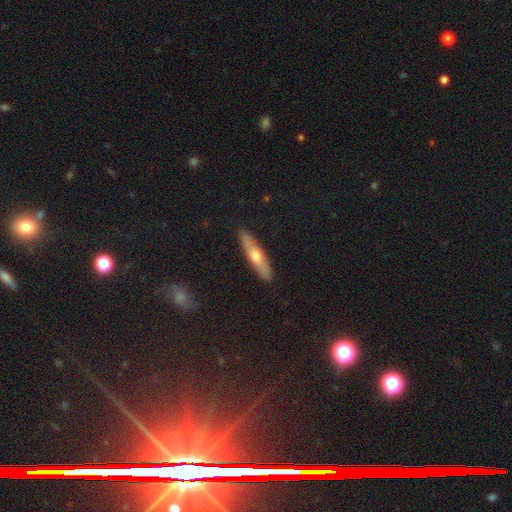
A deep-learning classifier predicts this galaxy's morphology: smooth-or-featured: featured or disk: 48% | smooth: 46% | star or artifact: 7%
  merging: none: 89% | minor disturbance: 8% | major disturbance: 2% | merger: 1%